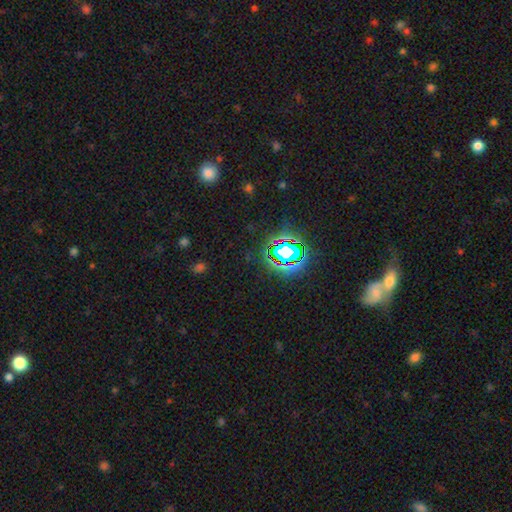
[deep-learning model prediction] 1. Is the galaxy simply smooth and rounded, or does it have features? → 74% star or artifact, 16% smooth, 9% featured or disk.